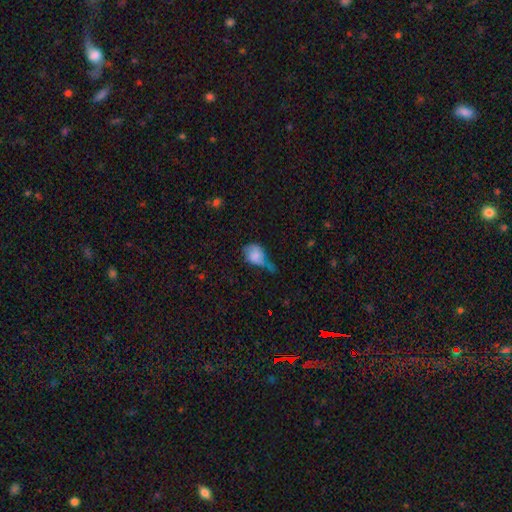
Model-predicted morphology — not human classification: Overall: smooth (66%). How rounded: in between (56%; round 43%). Merging: minor disturbance (33%; major disturbance 32%).